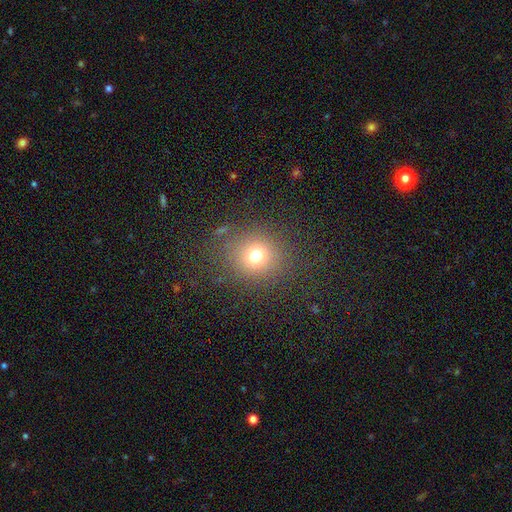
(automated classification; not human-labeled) Morphology: type=smooth (72%); roundness=round (81%); merging=none (81%).